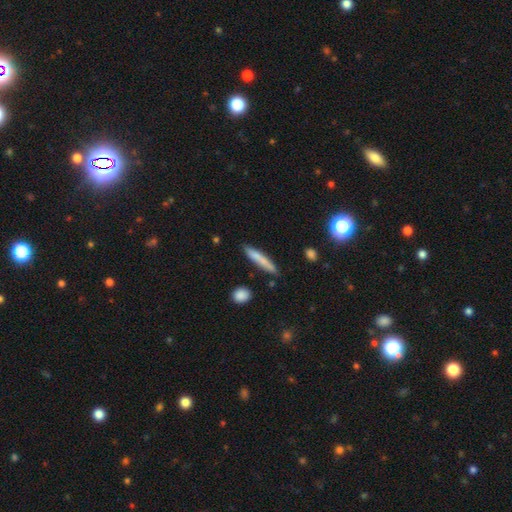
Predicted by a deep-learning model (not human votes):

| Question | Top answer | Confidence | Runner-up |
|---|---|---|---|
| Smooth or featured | smooth | 75% | featured or disk (18%) |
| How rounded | cigar-shaped | 92% | in between (7%) |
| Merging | none | 84% | minor disturbance (11%) |